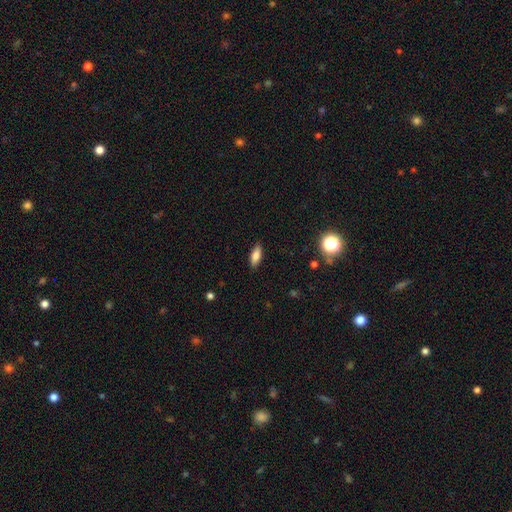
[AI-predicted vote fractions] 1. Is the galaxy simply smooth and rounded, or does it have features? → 78% smooth, 14% featured or disk, 8% star or artifact.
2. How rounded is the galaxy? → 71% in between, 26% cigar-shaped, 3% round.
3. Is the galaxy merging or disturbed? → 88% none, 9% minor disturbance, 2% major disturbance, 1% merger.